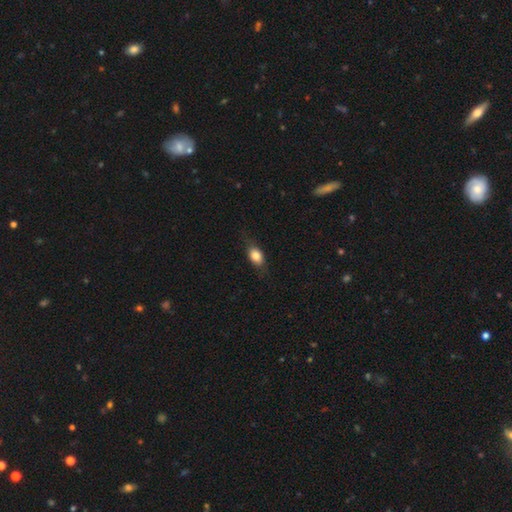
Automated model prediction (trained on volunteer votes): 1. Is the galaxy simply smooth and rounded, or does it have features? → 80% smooth, 12% featured or disk, 8% star or artifact.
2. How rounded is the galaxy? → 78% in between, 17% round, 5% cigar-shaped.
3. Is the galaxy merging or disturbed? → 73% none, 20% minor disturbance, 6% major disturbance, 1% merger.